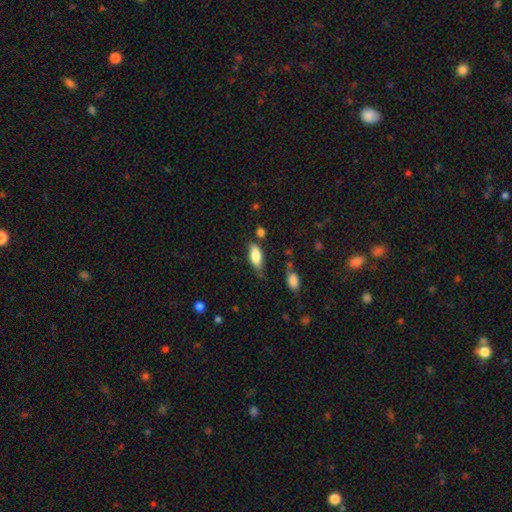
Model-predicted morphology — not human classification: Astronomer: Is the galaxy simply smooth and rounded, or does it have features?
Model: smooth — 80%.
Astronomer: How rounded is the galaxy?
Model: in between — 82%.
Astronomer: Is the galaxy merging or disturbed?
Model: none — 52% (runner-up: minor disturbance, 33%).